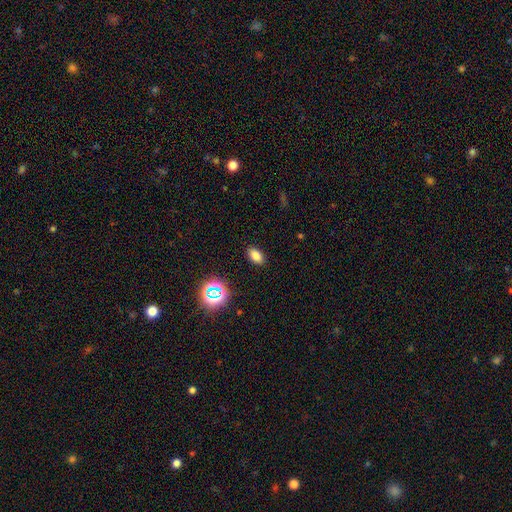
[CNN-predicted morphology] smooth_or_featured: smooth (p=0.77) [alt: star or artifact p=0.15]
how_rounded: in between (p=0.90) [alt: round p=0.08]
merging: none (p=0.89) [alt: minor disturbance p=0.08]